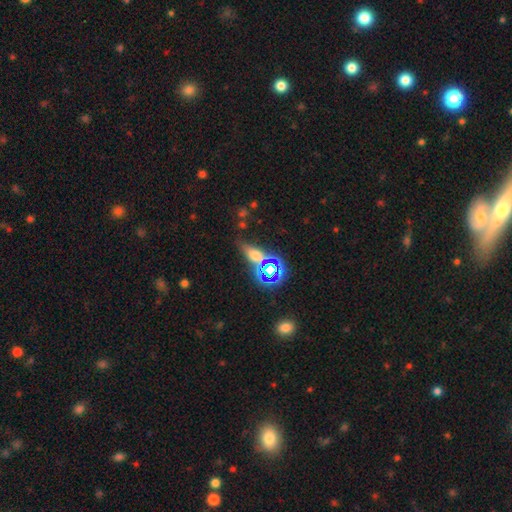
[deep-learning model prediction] Smooth or featured? smooth (45%)
Merging? none (63%)